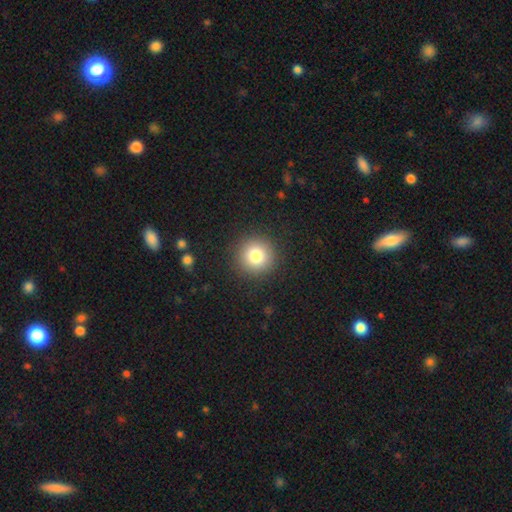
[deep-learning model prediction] Smooth or featured?
  - smooth: 80% *
  - star or artifact: 11%
  - featured or disk: 9%
How rounded?
  - round: 95% *
  - in between: 4%
  - cigar-shaped: 1%
Merging?
  - none: 91% *
  - minor disturbance: 6%
  - major disturbance: 2%
  - merger: 1%